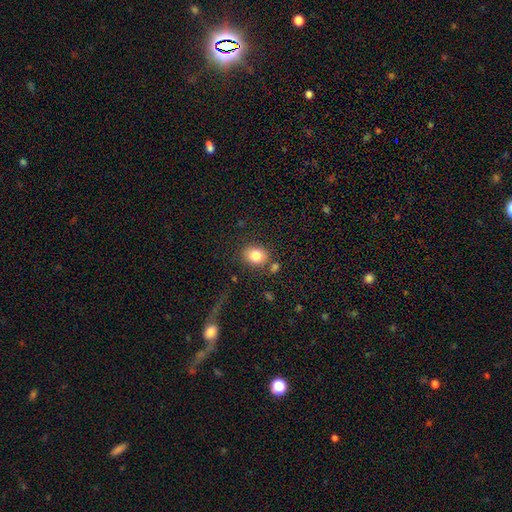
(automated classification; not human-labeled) Overall: smooth (82%). How rounded: in between (53%; round 46%). Merging: none (75%).